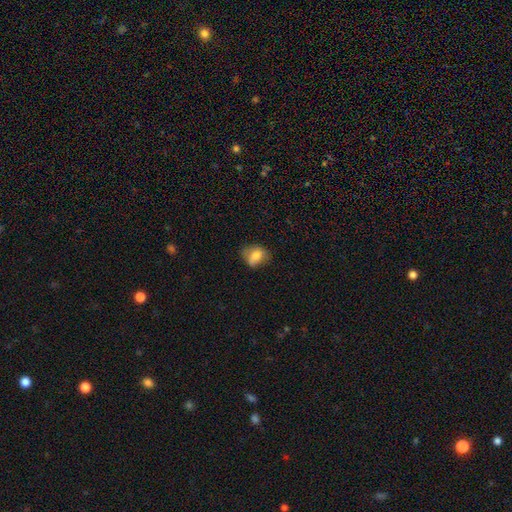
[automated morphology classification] smooth_or_featured: smooth (p=0.74) [alt: featured or disk p=0.16]
how_rounded: in between (p=0.60) [alt: round p=0.39]
merging: none (p=0.55) [alt: minor disturbance p=0.31]